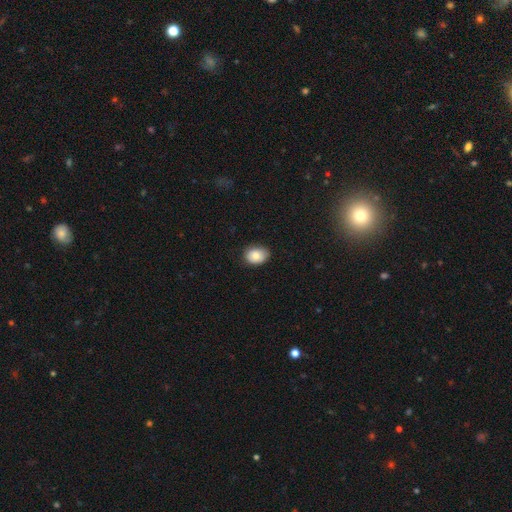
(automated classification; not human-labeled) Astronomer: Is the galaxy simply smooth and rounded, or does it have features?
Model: smooth — 81%.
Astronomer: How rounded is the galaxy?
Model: in between — 63%.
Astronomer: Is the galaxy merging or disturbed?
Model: none — 80%.